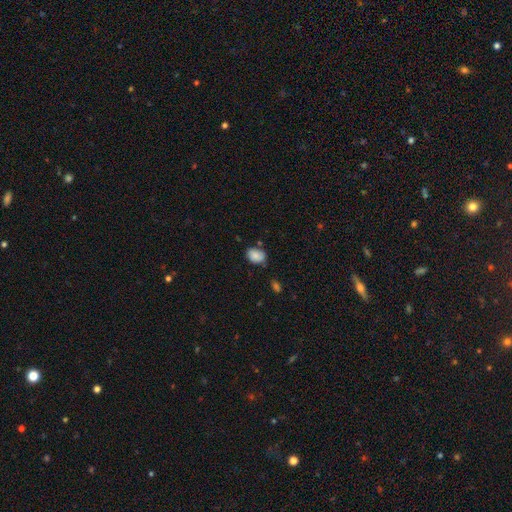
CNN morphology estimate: A smooth galaxy with no disk features (86%) that is in between round and cigar-shaped (74%). Merging: none (68%).